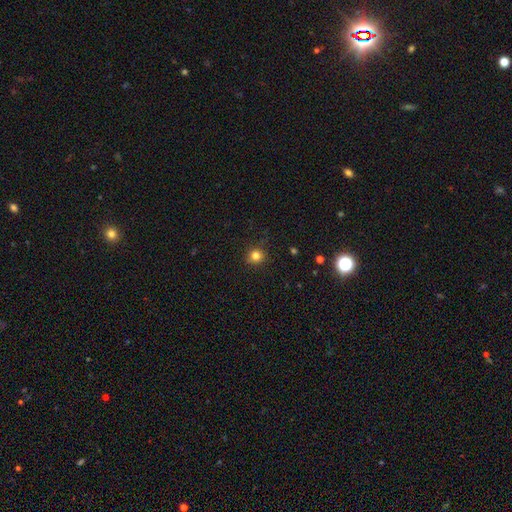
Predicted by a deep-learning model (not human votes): The model was most divided on "smooth or featured": smooth: 81%, star or artifact: 14%, featured or disk: 5%. More confident: how rounded — round (91%); merging — none (88%).